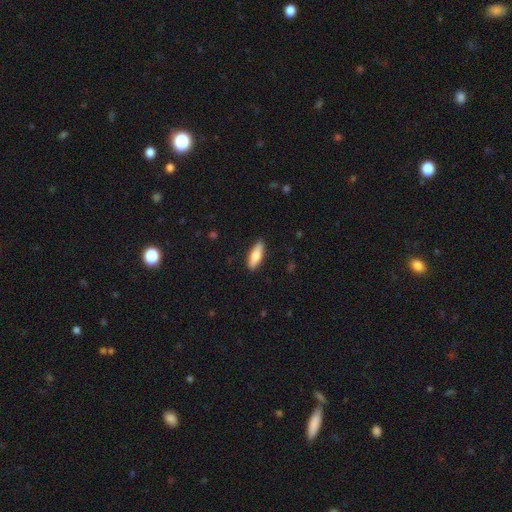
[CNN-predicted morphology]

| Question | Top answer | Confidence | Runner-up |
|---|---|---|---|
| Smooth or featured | smooth | 72% | featured or disk (22%) |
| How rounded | in between | 52% | cigar-shaped (46%) |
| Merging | none | 88% | minor disturbance (9%) |